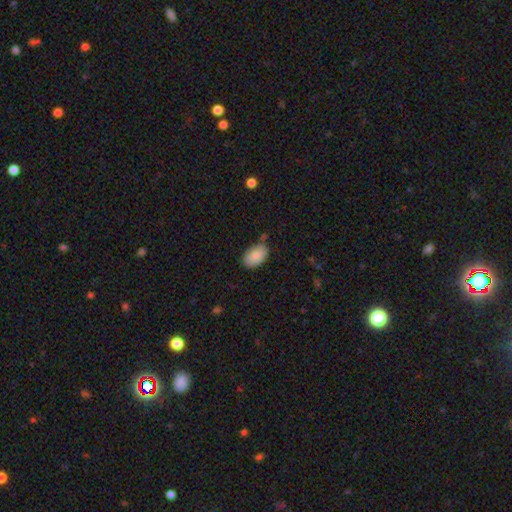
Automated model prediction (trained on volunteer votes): smooth 88%, star or artifact 6%, featured or disk 5%. Down the decision tree: how rounded — in between (92%); merging — none (76%).